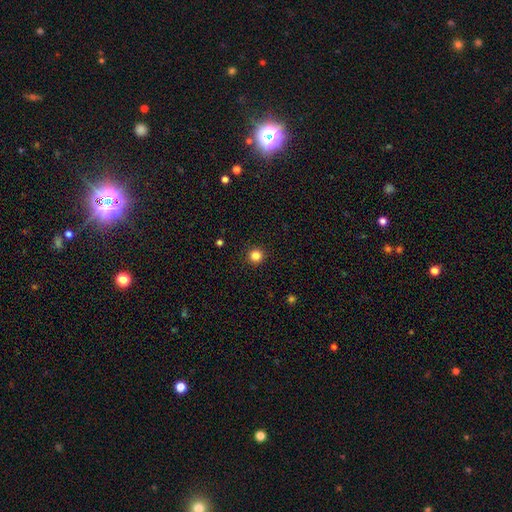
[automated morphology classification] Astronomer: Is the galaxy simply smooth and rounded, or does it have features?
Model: smooth — 84%.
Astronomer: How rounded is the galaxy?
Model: round — 95%.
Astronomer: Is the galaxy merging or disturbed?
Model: none — 93%.